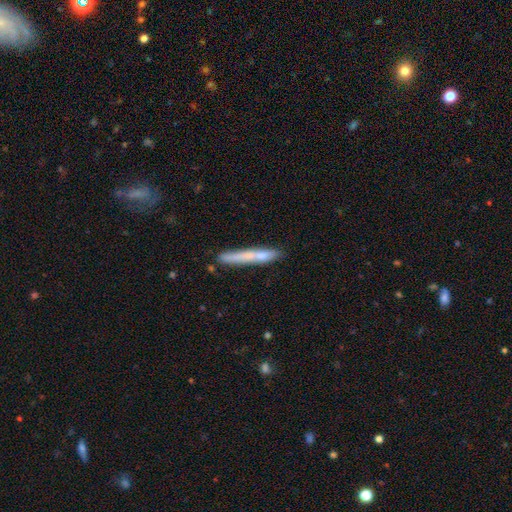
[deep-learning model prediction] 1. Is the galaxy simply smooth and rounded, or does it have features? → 63% smooth, 30% featured or disk, 7% star or artifact.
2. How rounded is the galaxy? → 96% cigar-shaped, 3% in between, 1% round.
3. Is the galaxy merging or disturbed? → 79% none, 14% minor disturbance, 4% merger, 3% major disturbance.